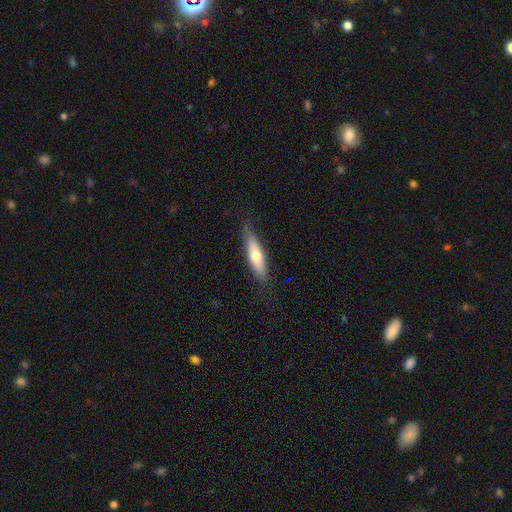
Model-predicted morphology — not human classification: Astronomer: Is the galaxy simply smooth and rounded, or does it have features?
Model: smooth — 59% (runner-up: featured or disk, 35%).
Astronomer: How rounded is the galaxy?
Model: cigar-shaped — 63%.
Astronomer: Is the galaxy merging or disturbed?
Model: none — 79%.